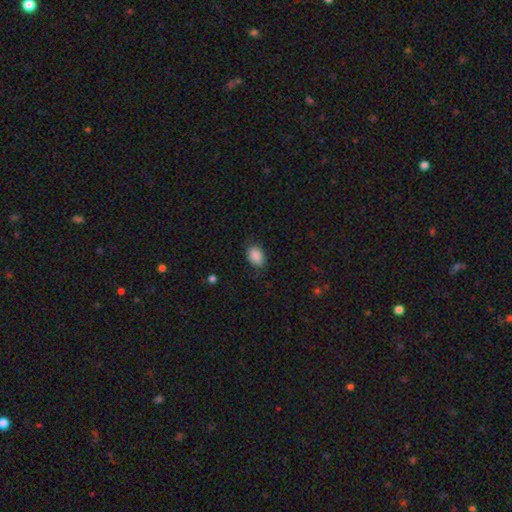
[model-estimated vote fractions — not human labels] Smooth or featured?
  - smooth: 89% *
  - star or artifact: 8%
  - featured or disk: 4%
How rounded?
  - in between: 81% *
  - round: 18%
  - cigar-shaped: 1%
Merging?
  - none: 80% *
  - minor disturbance: 15%
  - major disturbance: 4%
  - merger: 1%